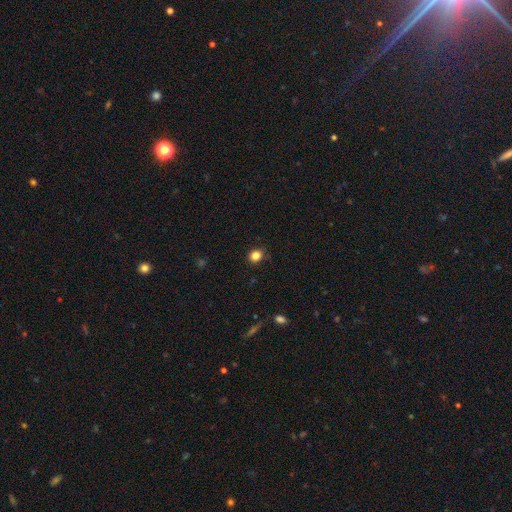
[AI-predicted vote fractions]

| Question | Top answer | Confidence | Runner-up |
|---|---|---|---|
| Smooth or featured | smooth | 84% | star or artifact (12%) |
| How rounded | round | 79% | in between (20%) |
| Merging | none | 88% | minor disturbance (9%) |